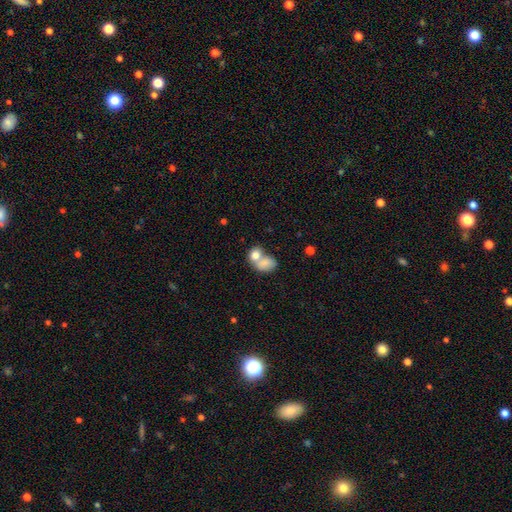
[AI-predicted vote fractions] Smooth or featured?
  - smooth: 79% *
  - featured or disk: 13%
  - star or artifact: 8%
How rounded?
  - in between: 64% *
  - round: 35%
  - cigar-shaped: 1%
Merging?
  - merger: 65% *
  - none: 23%
  - minor disturbance: 8%
  - major disturbance: 5%